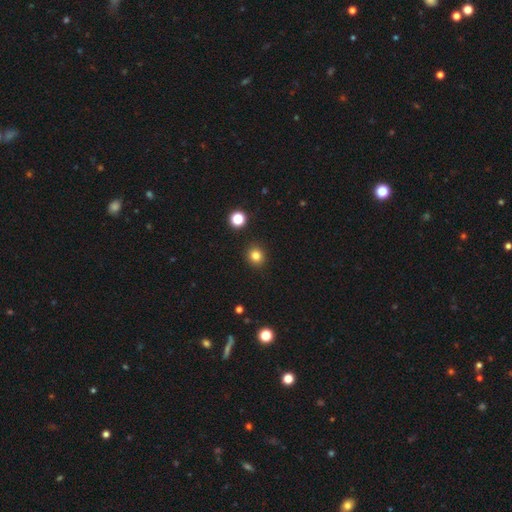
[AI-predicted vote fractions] Smooth or featured?
  - smooth: 82% *
  - star or artifact: 13%
  - featured or disk: 5%
How rounded?
  - round: 84% *
  - in between: 15%
  - cigar-shaped: 1%
Merging?
  - none: 91% *
  - minor disturbance: 6%
  - major disturbance: 2%
  - merger: 2%